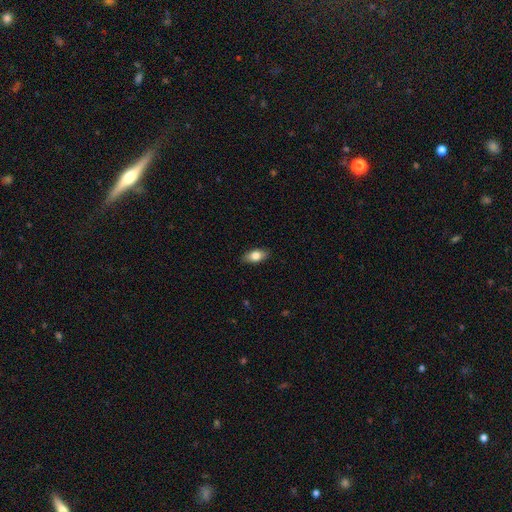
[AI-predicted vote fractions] smooth 79%, featured or disk 14%, star or artifact 7%. Down the decision tree: how rounded — in between (88%); merging — none (88%).